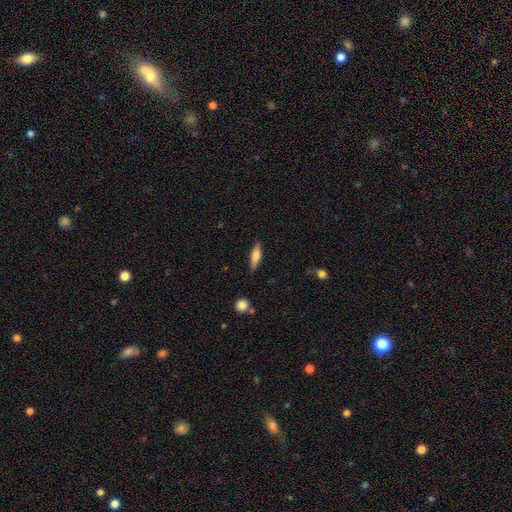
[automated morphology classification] Overall: smooth (62%; featured or disk 31%). How rounded: cigar-shaped (57%; in between 41%). Merging: none (85%).